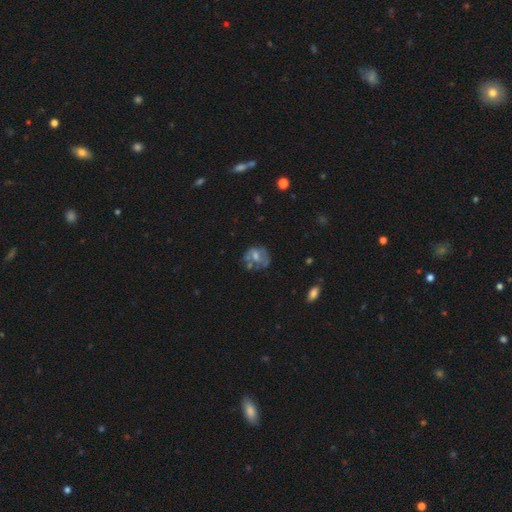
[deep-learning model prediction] This appears to be a featured or disk galaxy (49%). Merging: none (44%).